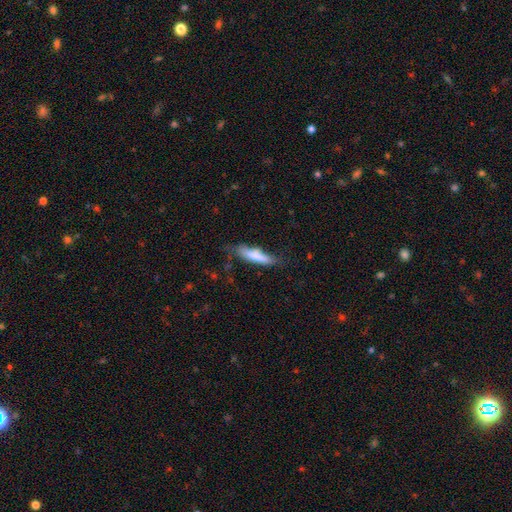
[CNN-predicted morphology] Smooth or featured? Predicted: smooth (p=0.73). How rounded? Predicted: cigar-shaped (p=0.79). Merging? Predicted: none (p=0.57).